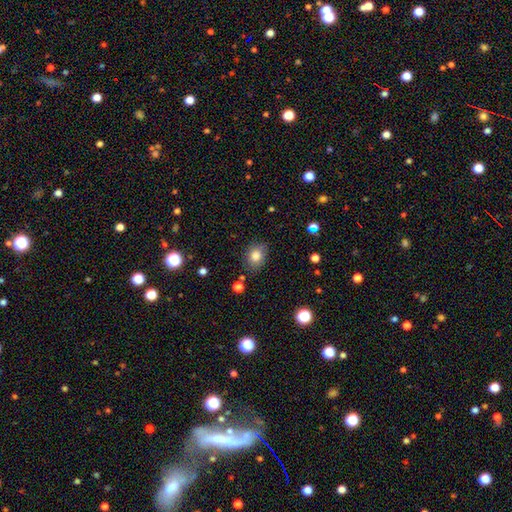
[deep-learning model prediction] Smooth or featured?
  - smooth: 82% *
  - star or artifact: 10%
  - featured or disk: 8%
How rounded?
  - in between: 61% *
  - round: 38%
  - cigar-shaped: 1%
Merging?
  - none: 77% *
  - minor disturbance: 16%
  - major disturbance: 4%
  - merger: 3%